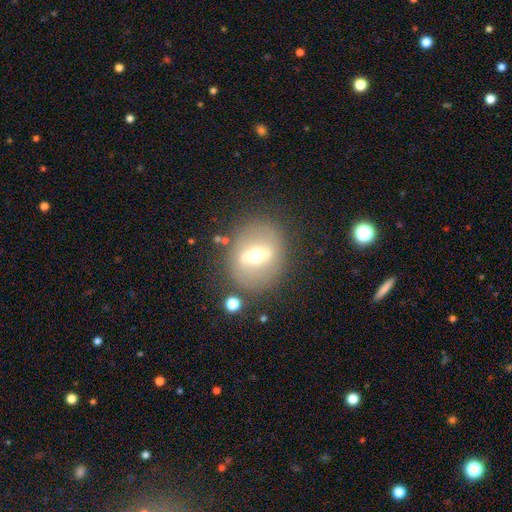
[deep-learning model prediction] A featured or disk galaxy (59%). Merging: none (79%).